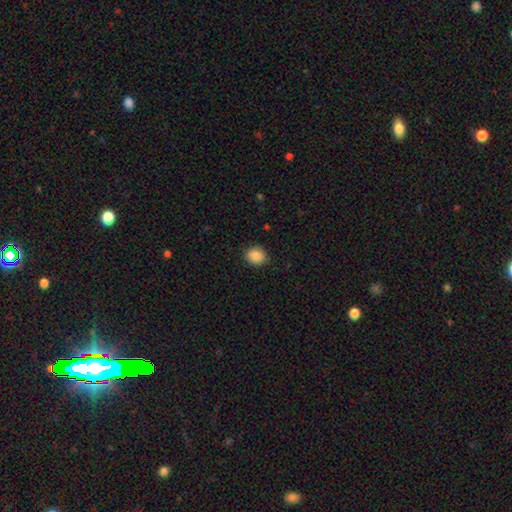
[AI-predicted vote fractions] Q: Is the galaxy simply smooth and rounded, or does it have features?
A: smooth — 88%.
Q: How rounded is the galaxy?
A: round — 70%.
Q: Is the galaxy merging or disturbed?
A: none — 89%.